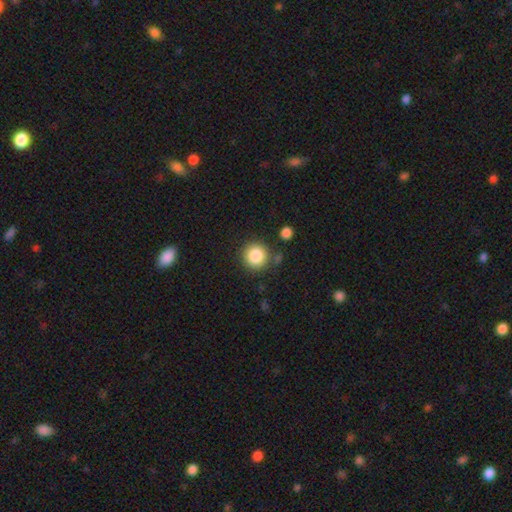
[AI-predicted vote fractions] Overall: smooth (86%). How rounded: round (93%). Merging: none (83%).